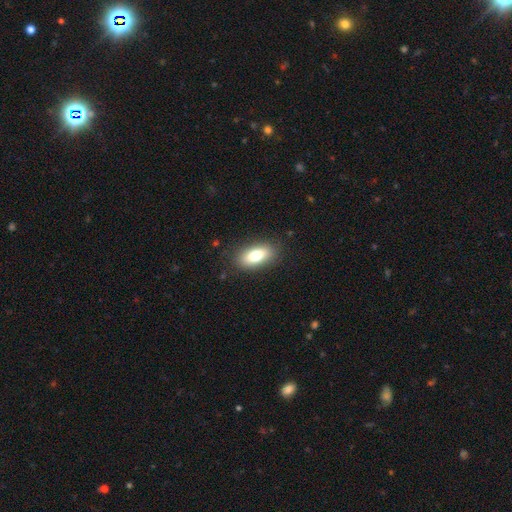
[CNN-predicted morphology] type=smooth (77%); roundness=in between (86%); merging=none (85%).